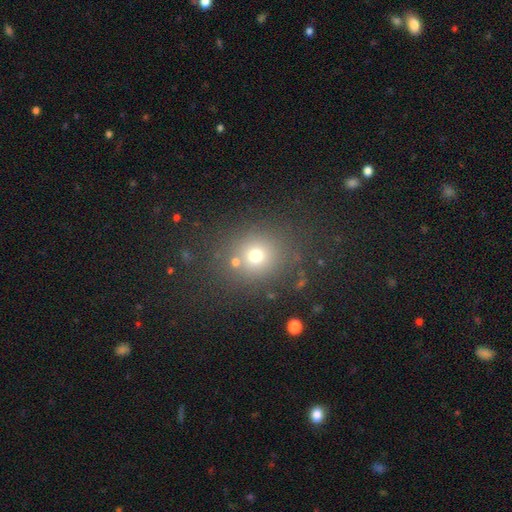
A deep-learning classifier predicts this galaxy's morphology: Q: Smooth or featured?
A: smooth (69%); runner-up: star or artifact (21%)
Q: How rounded?
A: round (77%); runner-up: in between (22%)
Q: Merging?
A: none (78%); runner-up: minor disturbance (10%)